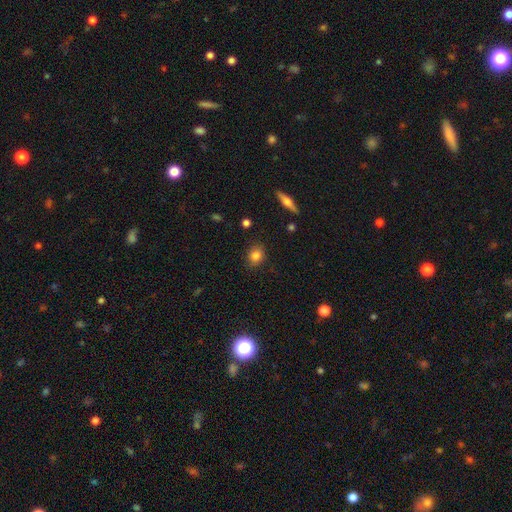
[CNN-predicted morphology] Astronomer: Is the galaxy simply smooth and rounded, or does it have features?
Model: smooth — 82%.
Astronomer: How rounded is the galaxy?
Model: round — 62%.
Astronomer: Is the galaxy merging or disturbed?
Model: none — 84%.